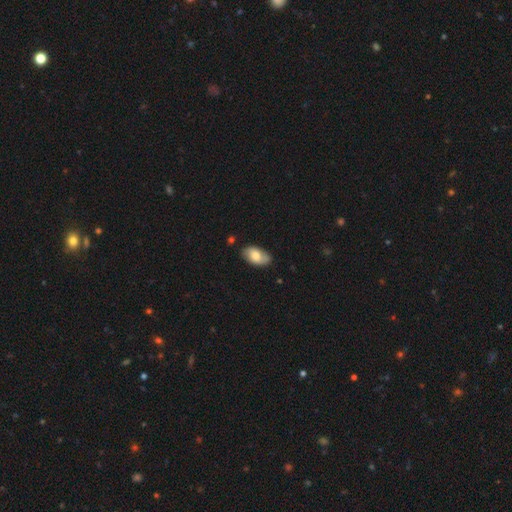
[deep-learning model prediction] Morphology: type=smooth (68%); roundness=in between (94%); merging=none (78%).